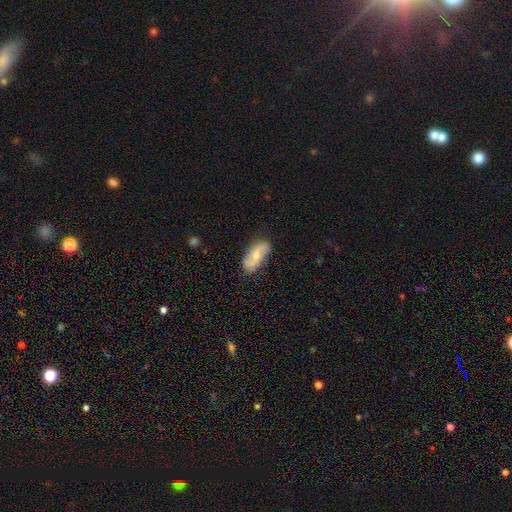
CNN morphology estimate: A smooth galaxy with no disk features (61%) that is in between round and cigar-shaped (87%). Merging: none (77%).